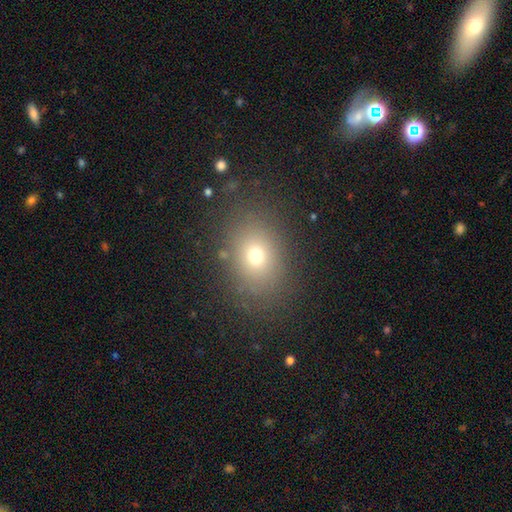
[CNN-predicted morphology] Smooth or featured? Predicted: smooth (p=0.70). How rounded? Predicted: in between (p=0.58). Merging? Predicted: none (p=0.83).